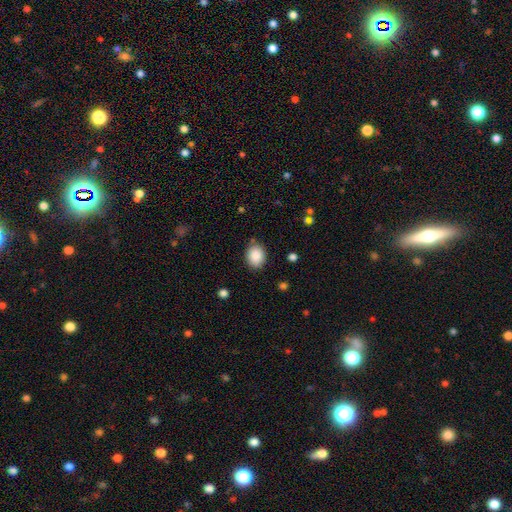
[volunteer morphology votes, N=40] A smooth galaxy with no disk features (85%) that is round (56%).

Vote fractions:
- Smooth or featured? smooth: 85% / featured or disk: 8% / star or artifact: 8%
- How rounded? round: 56% / in between: 44% / cigar-shaped: 0%
- Merging? none: 89% / minor disturbance: 8% / merger: 3% / major disturbance: 0%